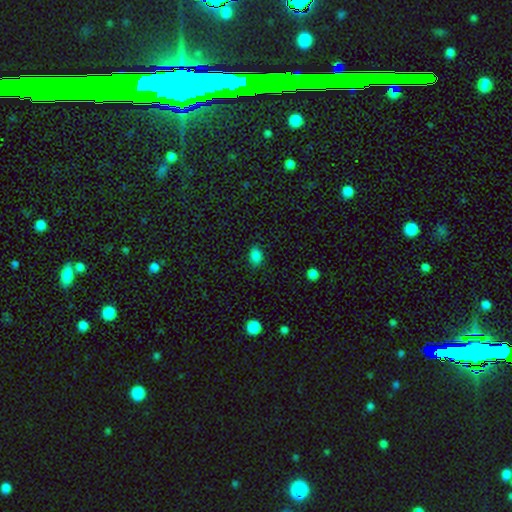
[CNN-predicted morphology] Smooth or featured? Predicted: smooth (p=0.84). How rounded? Predicted: in between (p=0.80). Merging? Predicted: none (p=0.84).